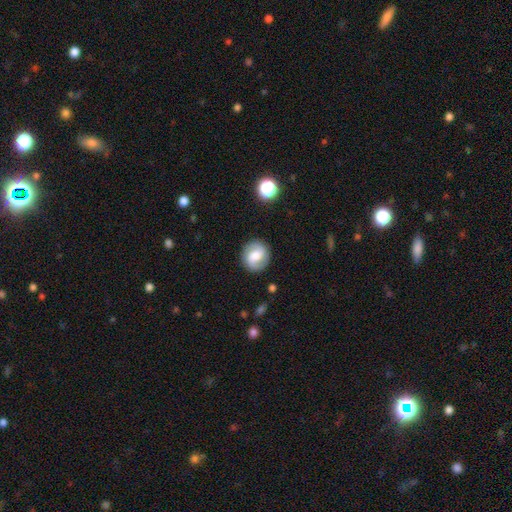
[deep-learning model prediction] A featured or disk galaxy (48%). Merging: none (86%).